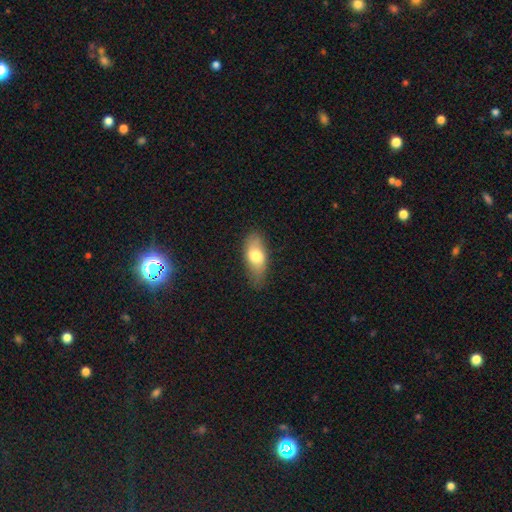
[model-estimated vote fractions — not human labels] Smooth or featured? smooth (72%)
How rounded? in between (85%)
Merging? none (70%)